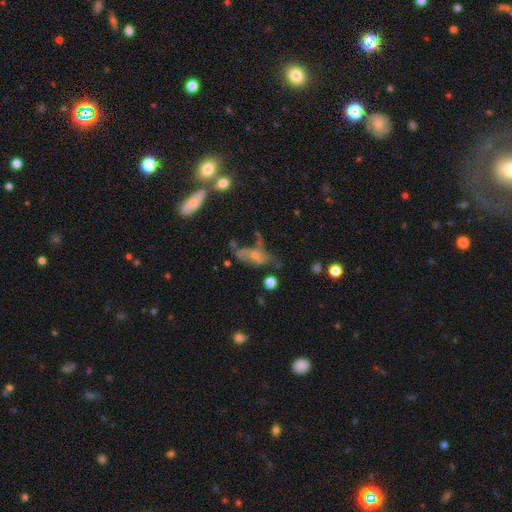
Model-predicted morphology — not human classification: smooth-or-featured: smooth: 46% | featured or disk: 40% | star or artifact: 14%
  merging: major disturbance: 32% | none: 28% | minor disturbance: 23% | merger: 18%